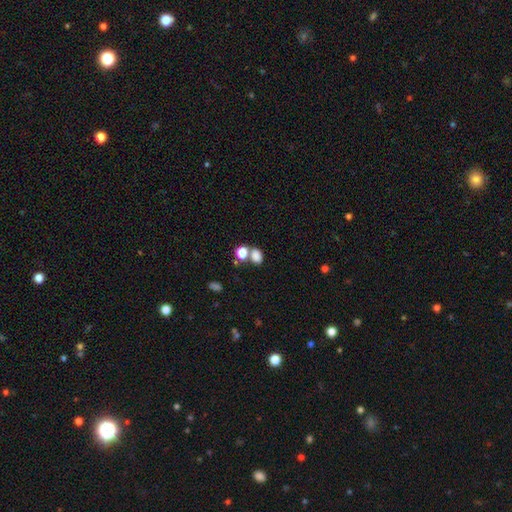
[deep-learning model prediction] Overall: smooth (80%). How rounded: in between (67%; round 31%). Merging: none (49%; merger 35%).